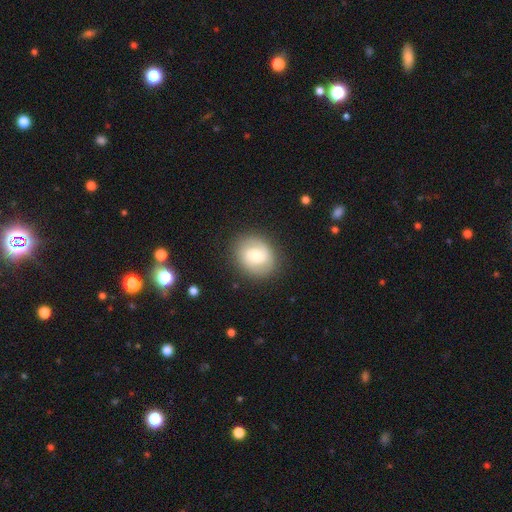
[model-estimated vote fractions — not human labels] smooth-or-featured: featured or disk: 55% | smooth: 37% | star or artifact: 7%
  disk-edge-on: no: 97% | yes: 3%
    bar: weak: 45% | no: 43% | strong: 12%
    has-spiral-arms: yes: 82% | no: 18%
    bulge-size: moderate: 62% | small: 26% | large: 9% | none: 2% | dominant: 1%
  merging: none: 86% | minor disturbance: 10% | major disturbance: 4% | merger: 1%